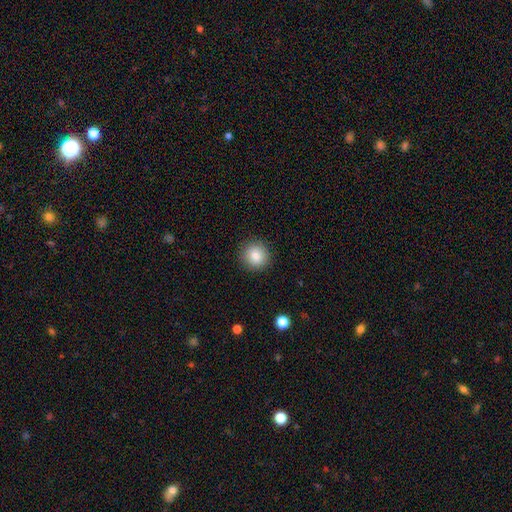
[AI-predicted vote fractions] A smooth galaxy with no disk features (85%) that is round (91%).

Vote fractions:
- Smooth or featured? smooth: 85% / star or artifact: 9% / featured or disk: 6%
- How rounded? round: 91% / in between: 8% / cigar-shaped: 1%
- Merging? none: 90% / minor disturbance: 7% / major disturbance: 2% / merger: 1%